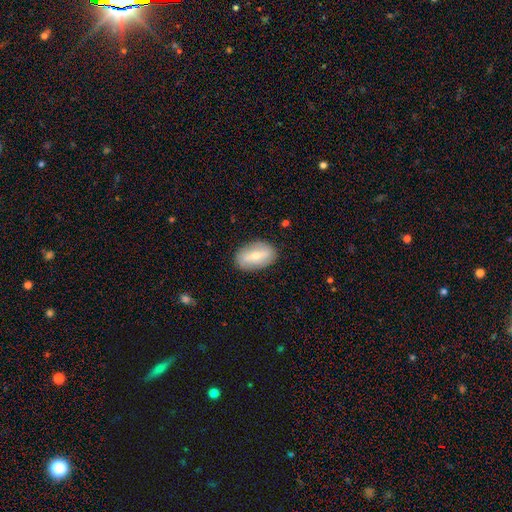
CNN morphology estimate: The model was most divided on "smooth or featured": smooth: 54%, featured or disk: 40%, star or artifact: 7%. More confident: how rounded — in between (88%); merging — none (86%).